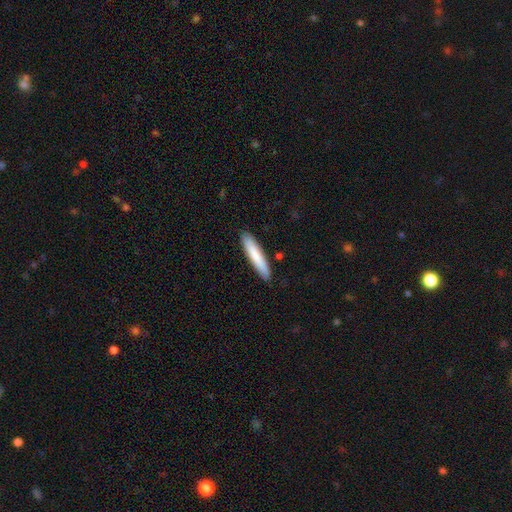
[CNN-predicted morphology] A smooth galaxy with no disk features (80%) that is cigar-shaped (89%). Merging: none (89%).